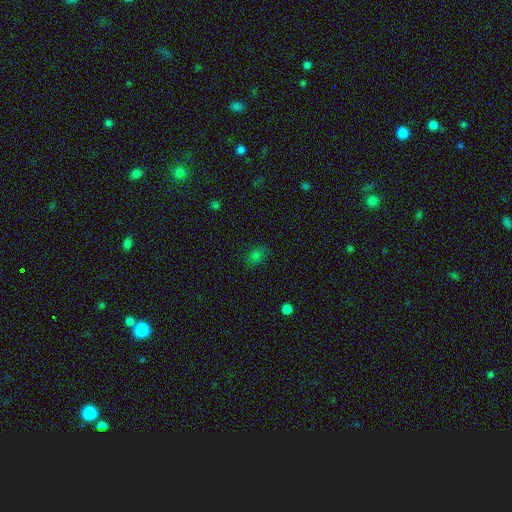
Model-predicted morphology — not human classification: smooth 70%, star or artifact 22%, featured or disk 8%. Down the decision tree: how rounded — in between (61%); merging — none (80%).